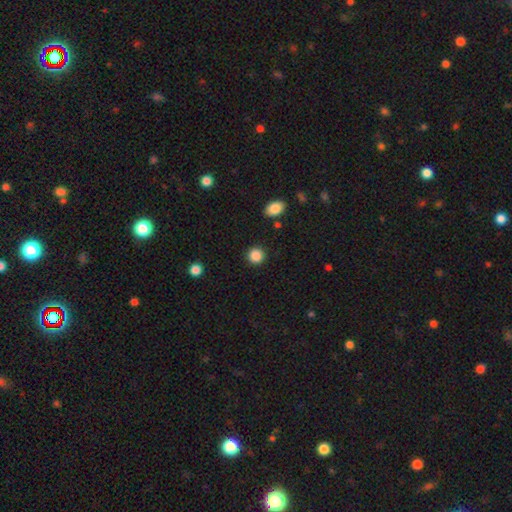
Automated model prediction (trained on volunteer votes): A smooth galaxy with no disk features (88%) that is round (92%).

Vote fractions:
- Smooth or featured? smooth: 88% / star or artifact: 9% / featured or disk: 3%
- How rounded? round: 92% / in between: 7% / cigar-shaped: 1%
- Merging? none: 90% / minor disturbance: 6% / major disturbance: 2% / merger: 2%